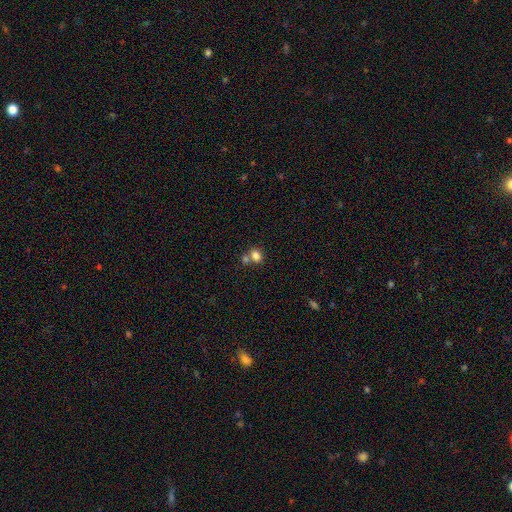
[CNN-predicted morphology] smooth-or-featured: smooth: 81% | star or artifact: 11% | featured or disk: 8%
  how-rounded: round: 55% | in between: 43% | cigar-shaped: 1%
  merging: none: 47% | merger: 40% | minor disturbance: 9% | major disturbance: 4%